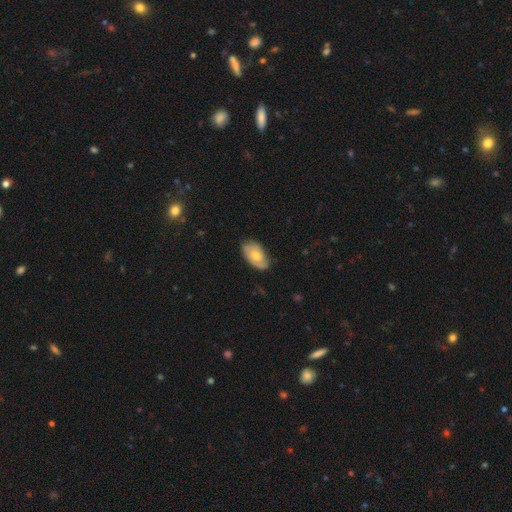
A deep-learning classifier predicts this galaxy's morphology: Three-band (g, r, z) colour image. It shows a featured or disk galaxy (50%). Merging: none (71%).